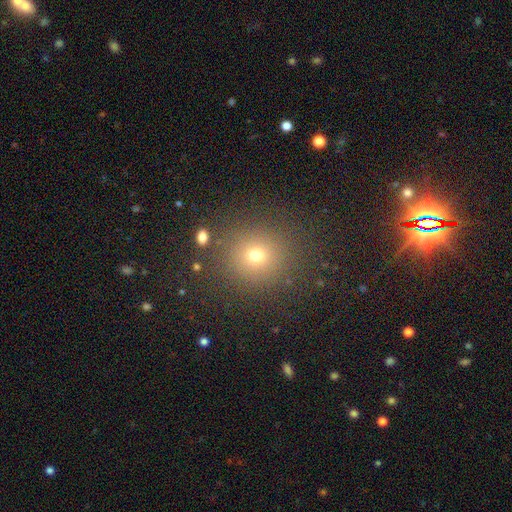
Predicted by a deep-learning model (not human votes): Smooth or featured? Predicted: smooth (p=0.69). How rounded? Predicted: round (p=0.89). Merging? Predicted: none (p=0.86).